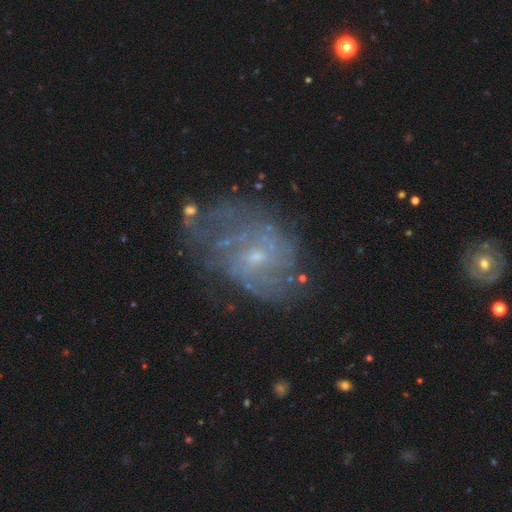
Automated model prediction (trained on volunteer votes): Smooth or featured? Predicted: featured or disk (p=0.74). Edge-on disk? Predicted: no (p=0.97). Bar? Predicted: no (p=0.57). Spiral arms? Predicted: yes (p=0.73). Spiral winding? Predicted: tight (p=0.38, tied with medium). Spiral arm count? Predicted: can't tell (p=0.52). Bulge size? Predicted: small (p=0.70). Merging? Predicted: none (p=0.56).